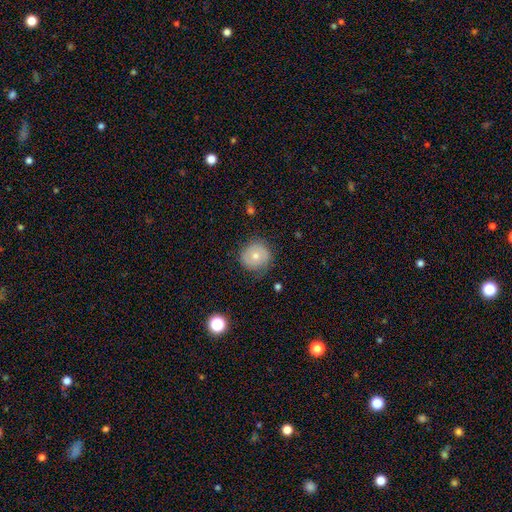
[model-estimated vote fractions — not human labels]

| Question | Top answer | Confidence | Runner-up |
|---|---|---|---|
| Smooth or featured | smooth | 54% | featured or disk (38%) |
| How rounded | round | 89% | in between (10%) |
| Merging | none | 75% | minor disturbance (19%) |